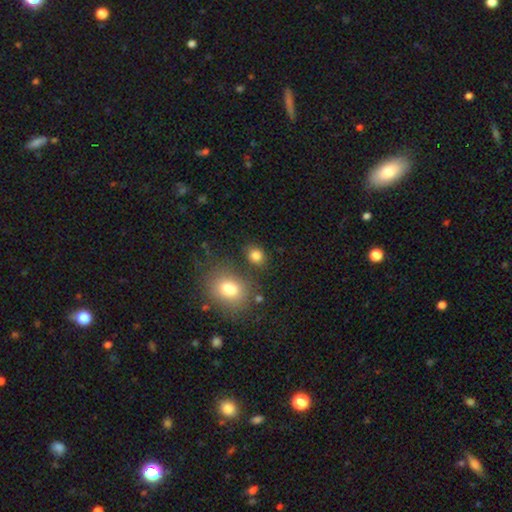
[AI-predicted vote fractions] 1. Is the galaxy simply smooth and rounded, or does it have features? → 82% smooth, 12% star or artifact, 6% featured or disk.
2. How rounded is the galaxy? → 52% round, 47% in between, 1% cigar-shaped.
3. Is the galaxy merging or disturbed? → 76% none, 11% minor disturbance, 8% merger, 4% major disturbance.